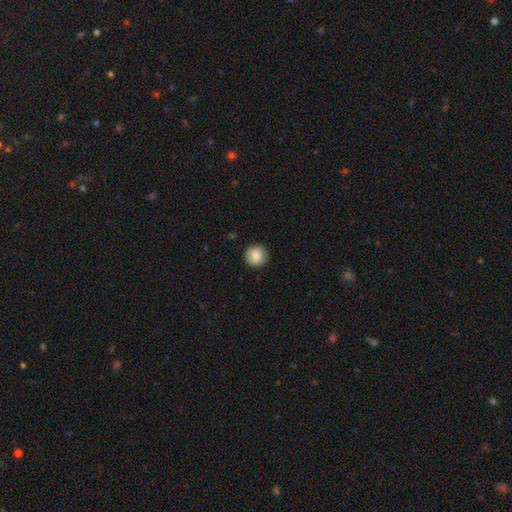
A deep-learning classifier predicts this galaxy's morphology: Q: Smooth or featured?
A: smooth (84%); runner-up: featured or disk (8%)
Q: How rounded?
A: round (94%); runner-up: in between (5%)
Q: Merging?
A: none (90%); runner-up: minor disturbance (7%)